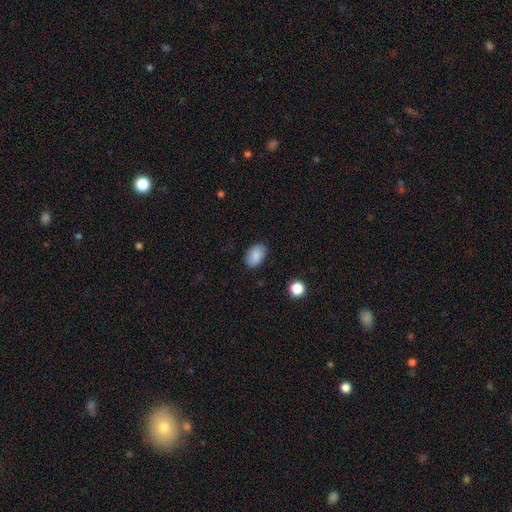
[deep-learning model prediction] smooth_or_featured: smooth (p=0.88) [alt: star or artifact p=0.08]
how_rounded: in between (p=0.89) [alt: round p=0.10]
merging: none (p=0.86) [alt: minor disturbance p=0.11]